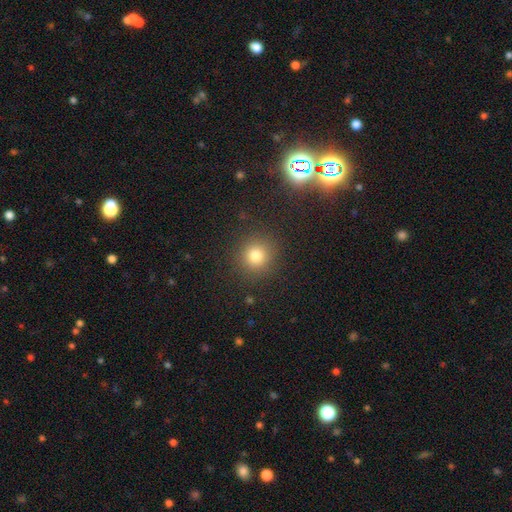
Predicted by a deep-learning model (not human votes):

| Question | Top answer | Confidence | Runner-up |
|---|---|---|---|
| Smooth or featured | smooth | 78% | star or artifact (15%) |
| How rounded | round | 92% | in between (7%) |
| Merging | none | 89% | minor disturbance (7%) |